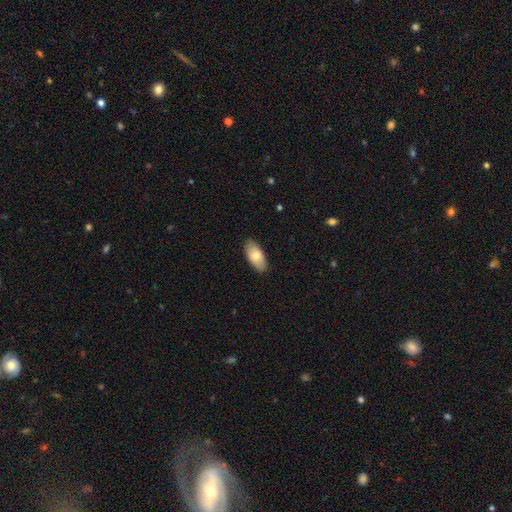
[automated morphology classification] Smooth or featured: smooth — 78% (featured or disk — 16%)
How rounded: in between — 93% (cigar-shaped — 5%)
Merging: none — 87% (minor disturbance — 10%)